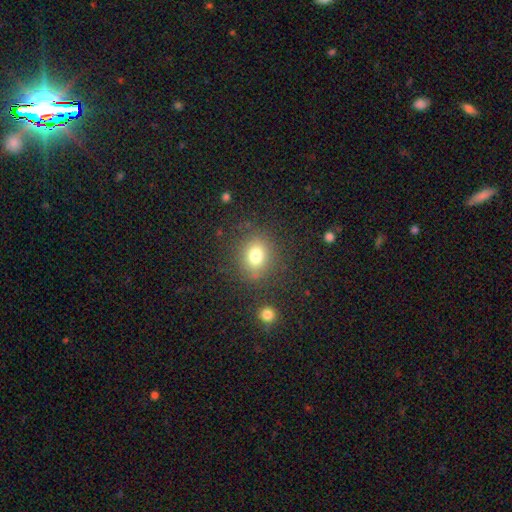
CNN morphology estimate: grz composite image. It shows a smooth galaxy with no disk features (77%) that is round (67%). Merging: none (82%).